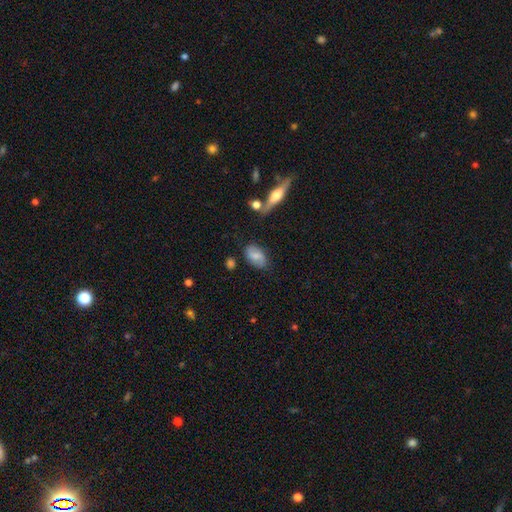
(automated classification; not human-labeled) Smooth or featured? Predicted: smooth (p=0.63). How rounded? Predicted: in between (p=0.91). Merging? Predicted: none (p=0.76).